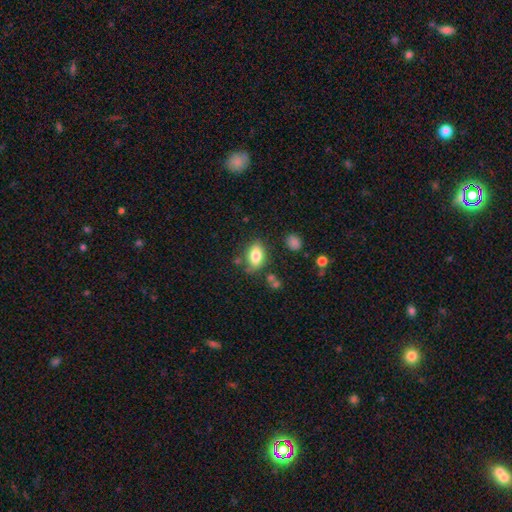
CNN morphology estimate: Smooth or featured? smooth (81%)
How rounded? in between (87%)
Merging? none (74%)